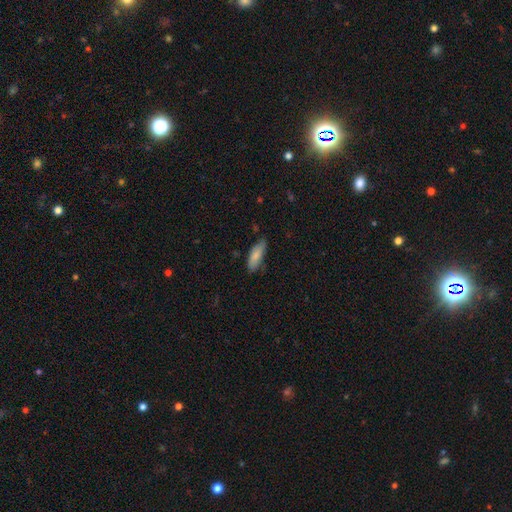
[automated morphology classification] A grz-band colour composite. It shows a smooth galaxy with no disk features (81%) that is in between round and cigar-shaped (64%). Merging: none (70%).